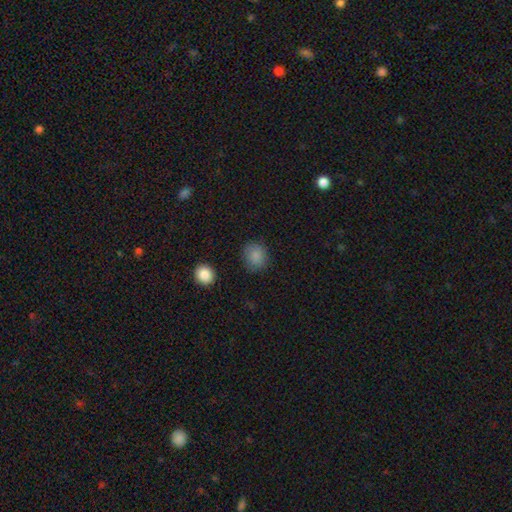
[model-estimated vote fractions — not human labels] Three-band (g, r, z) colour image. It shows a smooth galaxy with no disk features (85%) that is round (77%). Merging: none (84%).